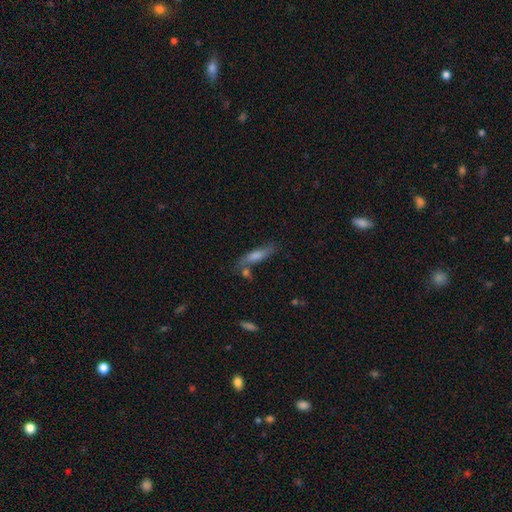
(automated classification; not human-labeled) Smooth or featured: smooth — 56% (featured or disk — 33%)
How rounded: cigar-shaped — 73% (in between — 24%)
Merging: none — 64% (minor disturbance — 17%)